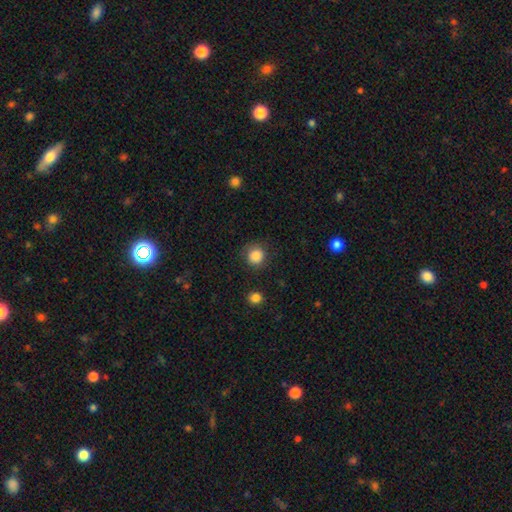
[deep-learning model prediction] Smooth or featured? Predicted: smooth (p=0.86). How rounded? Predicted: round (p=0.91). Merging? Predicted: none (p=0.83).